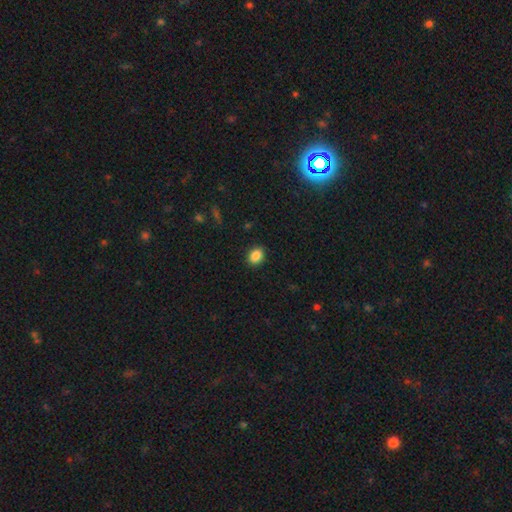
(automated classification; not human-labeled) This appears to be a smooth galaxy with no disk features (87%) that is in between round and cigar-shaped (61%). Merging: none (90%).